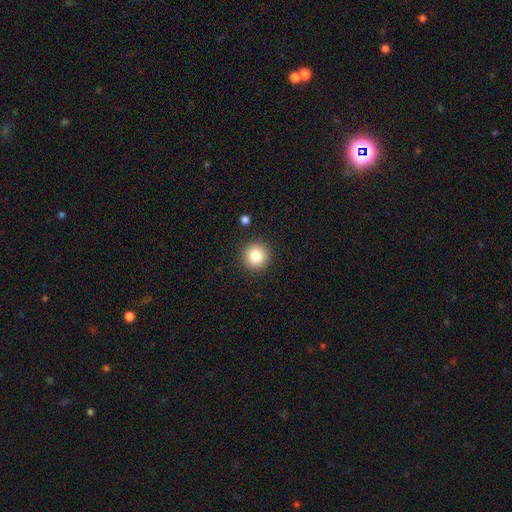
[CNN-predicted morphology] smooth-or-featured: smooth: 84% | star or artifact: 10% | featured or disk: 7%
  how-rounded: round: 95% | in between: 4% | cigar-shaped: 1%
  merging: none: 91% | minor disturbance: 6% | major disturbance: 2% | merger: 2%